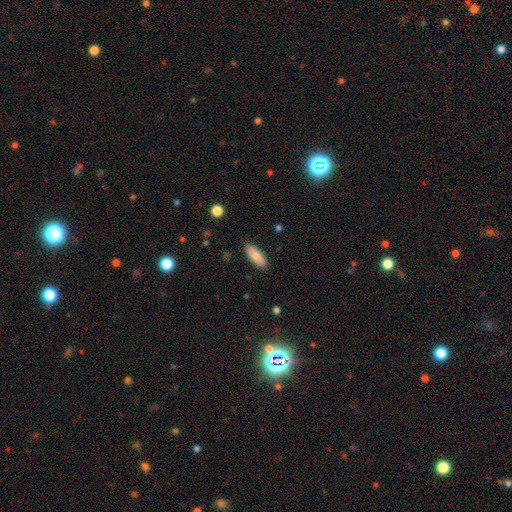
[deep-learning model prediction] A smooth galaxy with no disk features (82%) that is in between round and cigar-shaped (78%). Merging: none (87%).